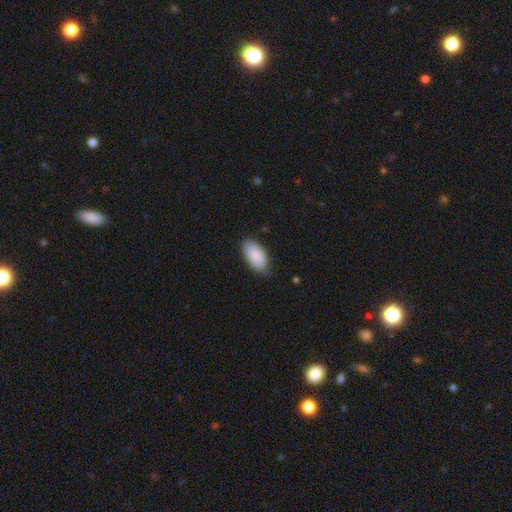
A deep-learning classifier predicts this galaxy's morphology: A smooth galaxy with no disk features (89%) that is in between round and cigar-shaped (94%).

Vote fractions:
- Smooth or featured? smooth: 89% / featured or disk: 6% / star or artifact: 6%
- How rounded? in between: 94% / cigar-shaped: 3% / round: 2%
- Merging? none: 76% / minor disturbance: 20% / major disturbance: 3% / merger: 1%